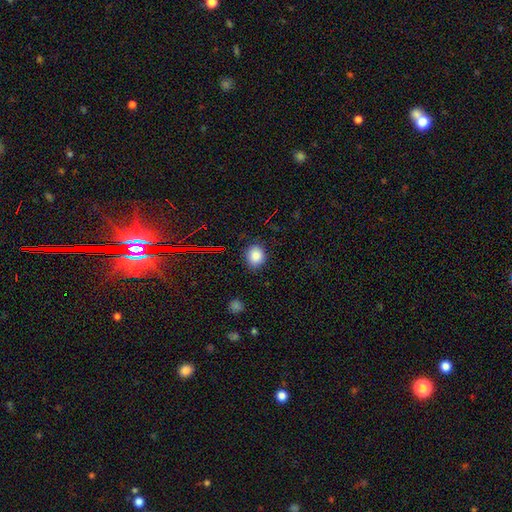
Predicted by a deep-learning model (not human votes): smooth-or-featured: smooth: 83% | star or artifact: 12% | featured or disk: 5%
  how-rounded: round: 71% | in between: 28% | cigar-shaped: 1%
  merging: none: 84% | minor disturbance: 11% | major disturbance: 3% | merger: 1%